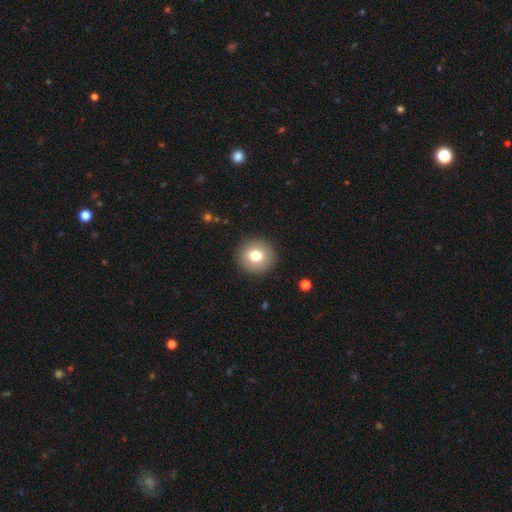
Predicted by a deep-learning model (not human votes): Smooth or featured?
  - smooth: 77% *
  - featured or disk: 13%
  - star or artifact: 10%
How rounded?
  - round: 93% *
  - in between: 6%
  - cigar-shaped: 1%
Merging?
  - none: 92% *
  - minor disturbance: 5%
  - major disturbance: 2%
  - merger: 1%